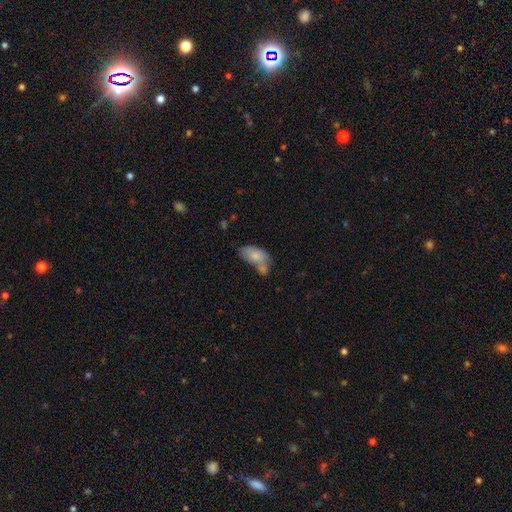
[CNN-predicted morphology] This appears to be a smooth galaxy with no disk features (74%) that is in between round and cigar-shaped (92%). Merging: merger (42%).